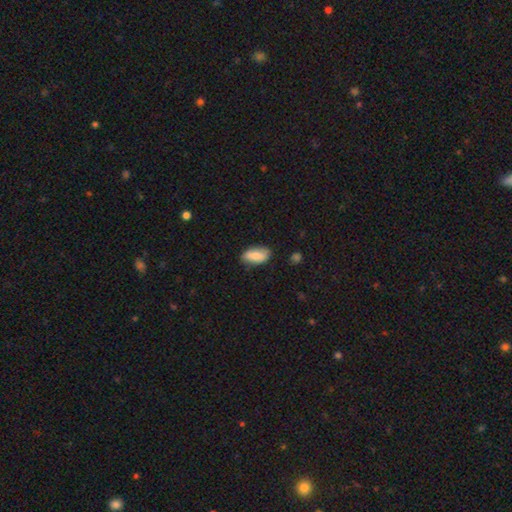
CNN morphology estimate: Smooth or featured? Predicted: smooth (p=0.79). How rounded? Predicted: in between (p=0.89). Merging? Predicted: none (p=0.76).